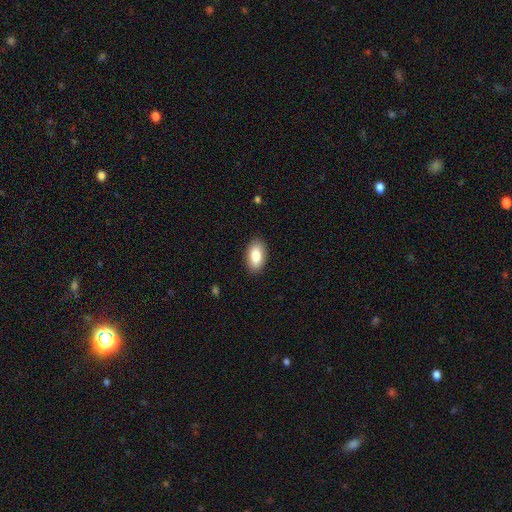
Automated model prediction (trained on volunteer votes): Smooth or featured: smooth — 83% (featured or disk — 10%)
How rounded: in between — 93% (round — 5%)
Merging: none — 88% (minor disturbance — 8%)